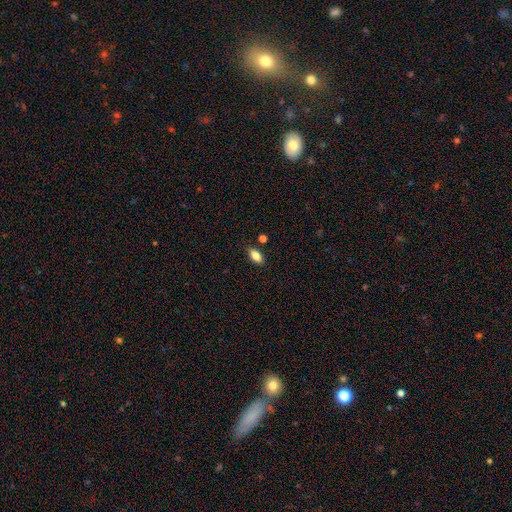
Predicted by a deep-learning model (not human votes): Smooth or featured? smooth (84%)
How rounded? in between (90%)
Merging? none (84%)